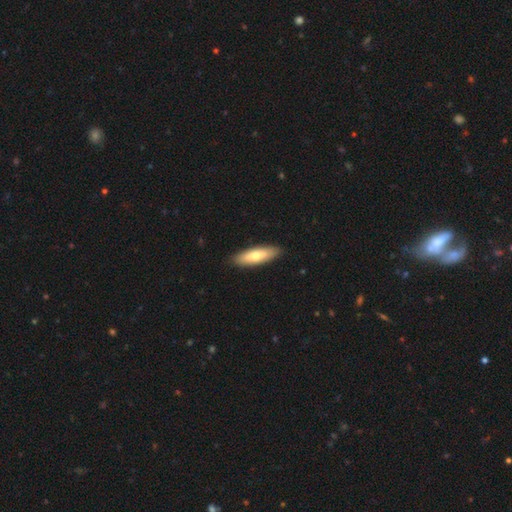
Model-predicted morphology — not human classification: smooth 66%, featured or disk 29%, star or artifact 5%. Down the decision tree: how rounded — in between (52%); merging — none (90%).